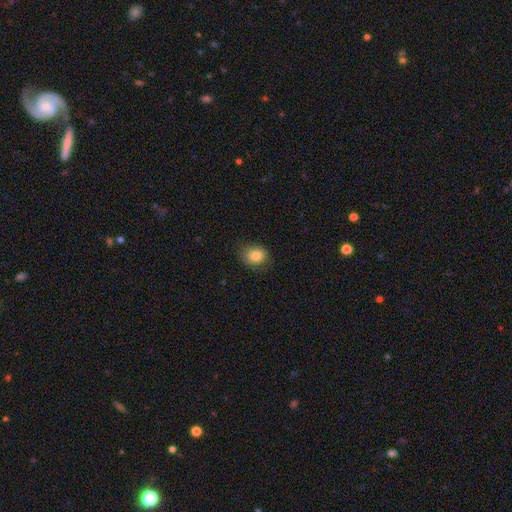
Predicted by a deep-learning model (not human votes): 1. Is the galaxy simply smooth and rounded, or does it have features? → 83% smooth, 9% star or artifact, 8% featured or disk.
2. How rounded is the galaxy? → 52% round, 47% in between, 1% cigar-shaped.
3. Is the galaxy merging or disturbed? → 79% none, 16% minor disturbance, 4% major disturbance, 1% merger.